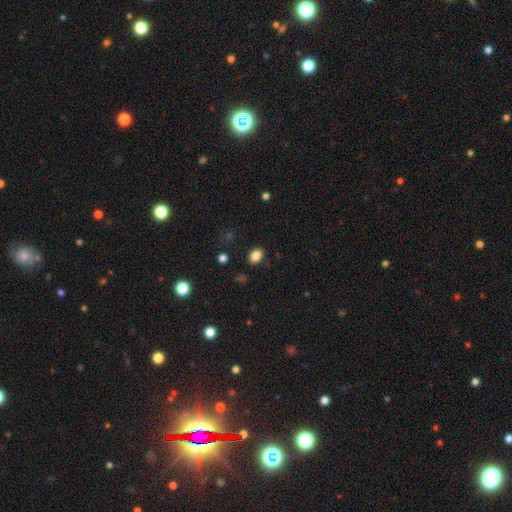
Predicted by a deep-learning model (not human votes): This appears to be a smooth galaxy with no disk features (85%) that is in between round and cigar-shaped (78%). Merging: none (85%).